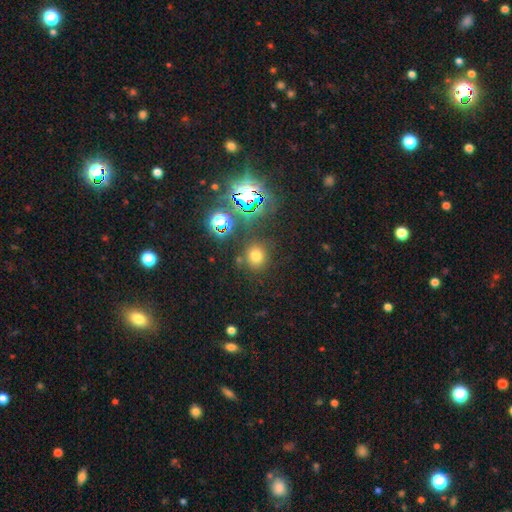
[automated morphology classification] A smooth galaxy with no disk features (66%) that is round (86%).

Vote fractions:
- Smooth or featured? smooth: 66% / star or artifact: 27% / featured or disk: 7%
- How rounded? round: 86% / in between: 13% / cigar-shaped: 1%
- Merging? none: 81% / minor disturbance: 9% / merger: 6% / major disturbance: 4%